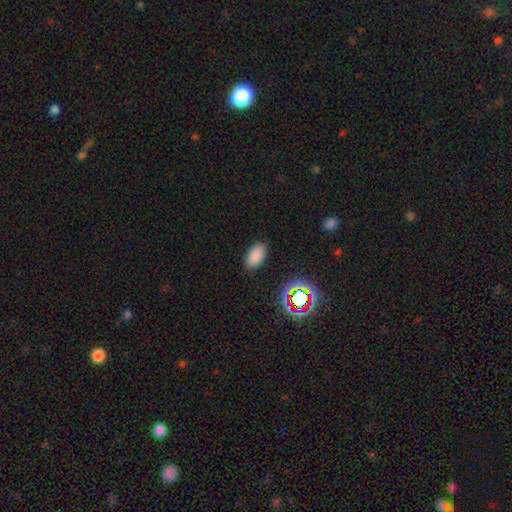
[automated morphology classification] Smooth or featured?
  - smooth: 82% *
  - star or artifact: 13%
  - featured or disk: 5%
How rounded?
  - in between: 93% *
  - round: 5%
  - cigar-shaped: 2%
Merging?
  - none: 87% *
  - minor disturbance: 9%
  - major disturbance: 3%
  - merger: 1%